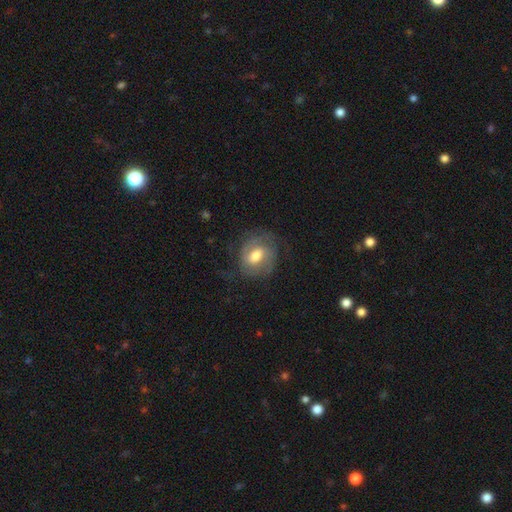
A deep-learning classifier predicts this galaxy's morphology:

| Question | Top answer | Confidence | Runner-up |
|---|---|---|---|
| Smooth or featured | featured or disk | 60% | smooth (33%) |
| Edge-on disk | no | 96% | yes (4%) |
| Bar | weak | 48% | no (37%) |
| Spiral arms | yes | 82% | no (18%) |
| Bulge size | moderate | 66% | large (20%) |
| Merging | none | 65% | minor disturbance (19%) |